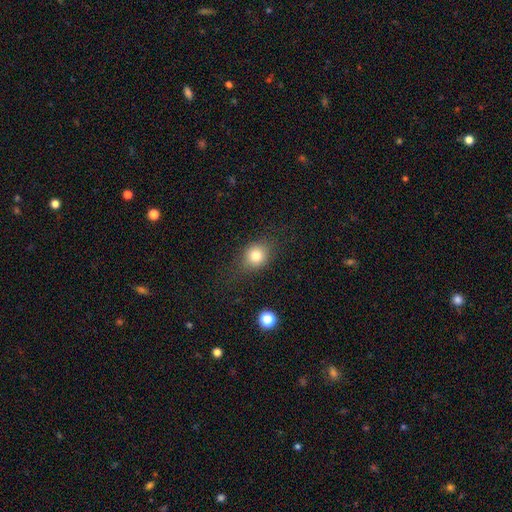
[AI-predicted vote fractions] The model was most divided on "how rounded": round: 65%, in between: 34%, cigar-shaped: 1%. More confident: smooth or featured — smooth (78%); merging — none (74%).